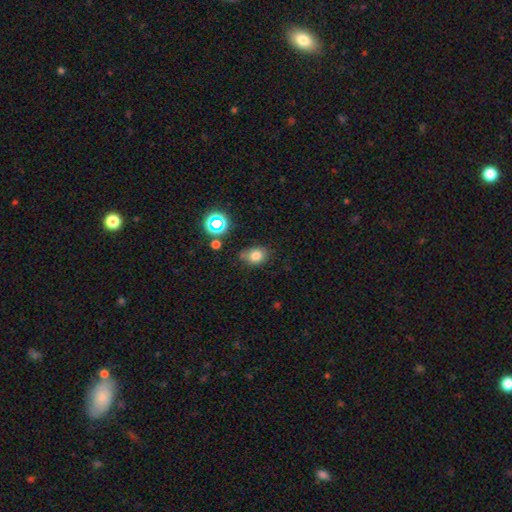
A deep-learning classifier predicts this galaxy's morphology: A smooth galaxy with no disk features (76%) that is in between round and cigar-shaped (60%). Merging: none (64%).